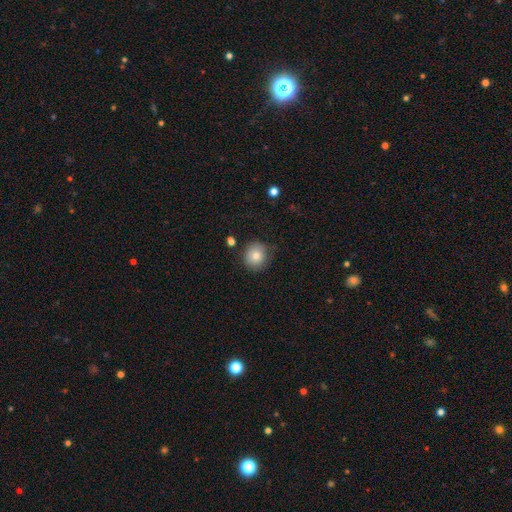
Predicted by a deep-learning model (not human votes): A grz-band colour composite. It shows a smooth galaxy with no disk features (78%) that is round (90%). Merging: none (76%).